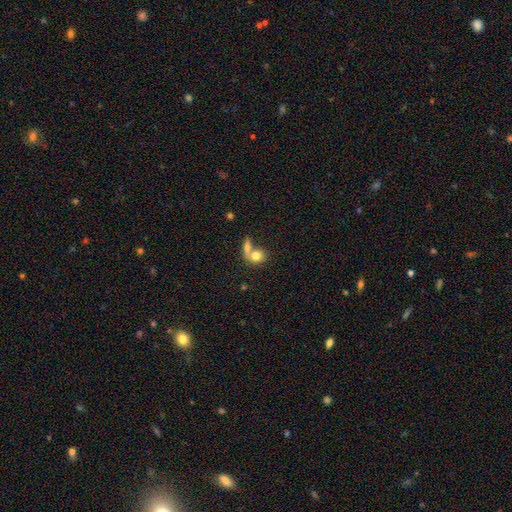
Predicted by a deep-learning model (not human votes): Overall: smooth (77%). How rounded: round (55%; in between 42%). Merging: merger (56%; none 28%).